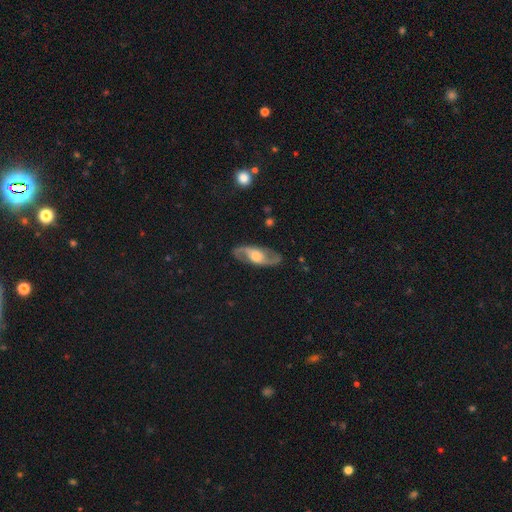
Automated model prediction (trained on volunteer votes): This is clearly a featured or disk galaxy (84%). It is clearly not viewed edge-on (90%). Bar: possibly no (54%). Spiral arm pattern: clearly yes (93%). Spiral arm count: clearly 2 (93%). Spiral winding: possibly medium (49%). Central bulge: possibly moderate (55%). Merging: clearly none (85%).